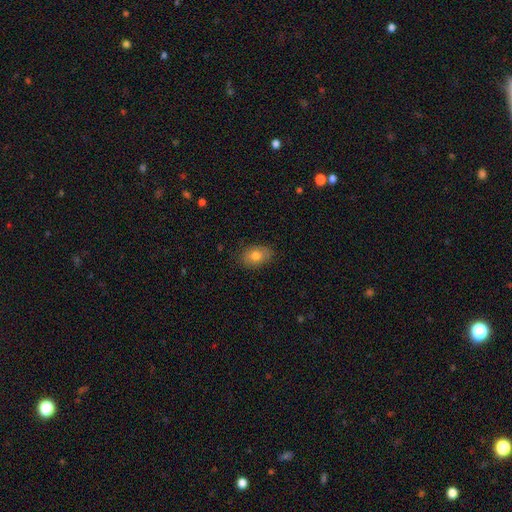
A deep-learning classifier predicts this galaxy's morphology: smooth 77%, featured or disk 14%, star or artifact 9%. Down the decision tree: how rounded — in between (80%); merging — none (83%).